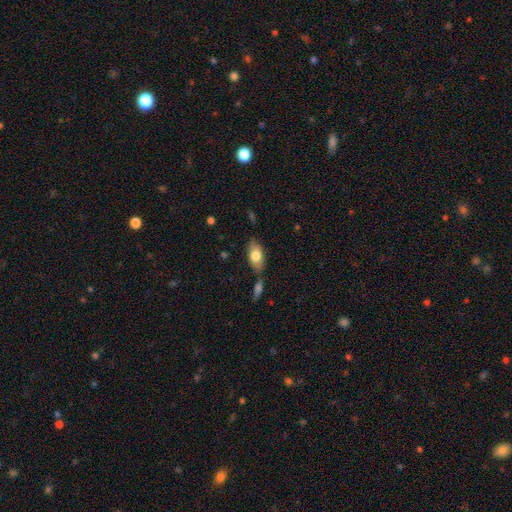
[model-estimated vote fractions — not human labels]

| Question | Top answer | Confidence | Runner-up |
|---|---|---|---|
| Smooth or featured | smooth | 75% | featured or disk (19%) |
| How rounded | in between | 90% | cigar-shaped (6%) |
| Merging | none | 70% | minor disturbance (15%) |